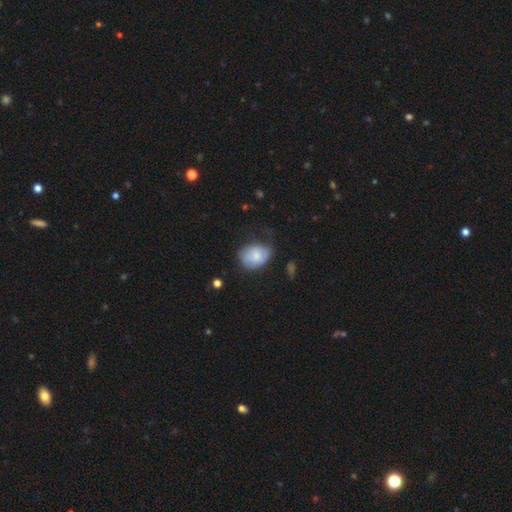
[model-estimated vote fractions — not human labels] The model was most divided on "merging": none: 54%, minor disturbance: 32%, major disturbance: 12%, merger: 2%. More confident: smooth or featured — smooth (75%); how rounded — in between (68%).